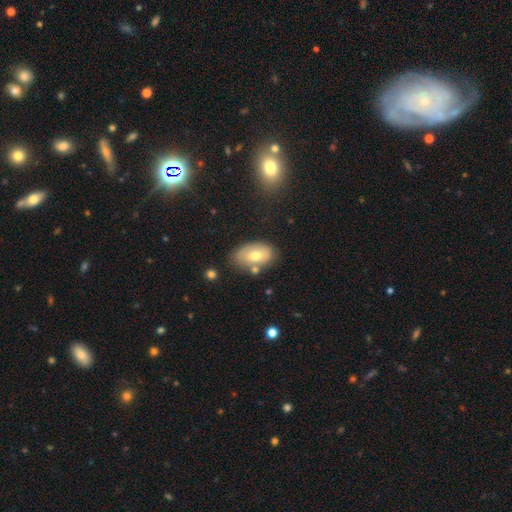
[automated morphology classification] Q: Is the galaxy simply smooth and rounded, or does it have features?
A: smooth — 60%.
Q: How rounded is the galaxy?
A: in between — 91%.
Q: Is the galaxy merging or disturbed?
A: none — 67%.